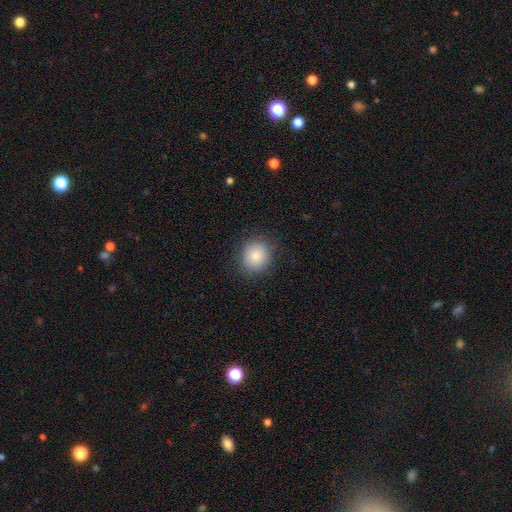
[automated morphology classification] The model was most divided on "how rounded": round: 84%, in between: 15%, cigar-shaped: 1%. More confident: merging — none (86%); smooth or featured — smooth (85%).